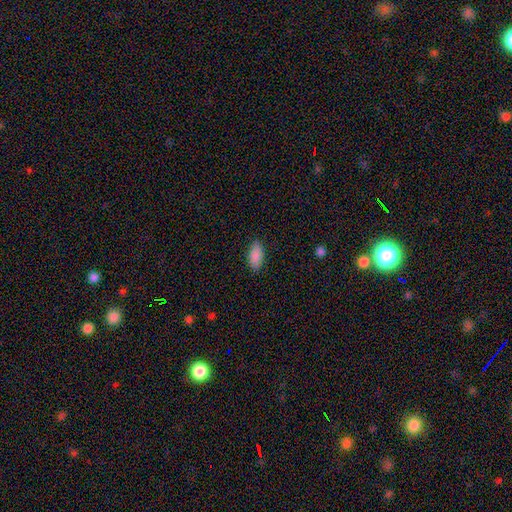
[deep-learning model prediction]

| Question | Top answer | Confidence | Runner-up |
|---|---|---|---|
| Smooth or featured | smooth | 89% | star or artifact (7%) |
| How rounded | in between | 90% | cigar-shaped (8%) |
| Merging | none | 88% | minor disturbance (9%) |